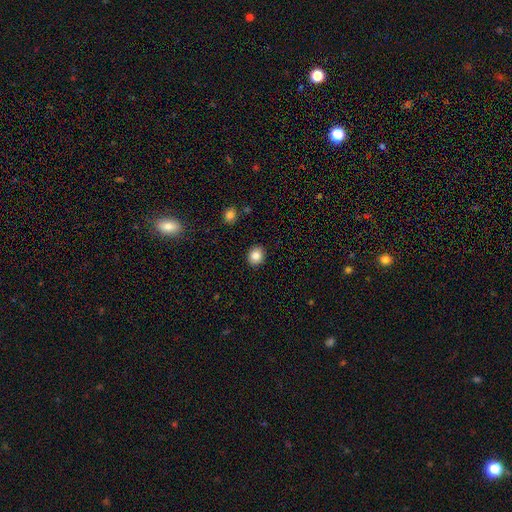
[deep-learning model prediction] A smooth galaxy with no disk features (83%) that is round (71%).

Vote fractions:
- Smooth or featured? smooth: 83% / star or artifact: 10% / featured or disk: 7%
- How rounded? round: 71% / in between: 28% / cigar-shaped: 1%
- Merging? none: 91% / minor disturbance: 6% / major disturbance: 2% / merger: 1%